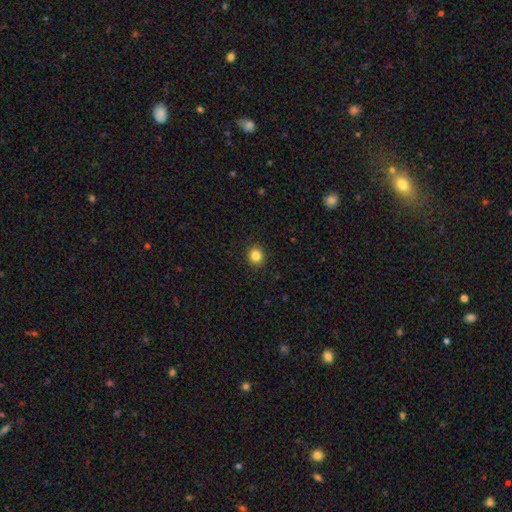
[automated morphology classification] Smooth or featured?
  - smooth: 84% *
  - star or artifact: 11%
  - featured or disk: 5%
How rounded?
  - round: 87% *
  - in between: 12%
  - cigar-shaped: 1%
Merging?
  - none: 92% *
  - minor disturbance: 6%
  - major disturbance: 2%
  - merger: 1%